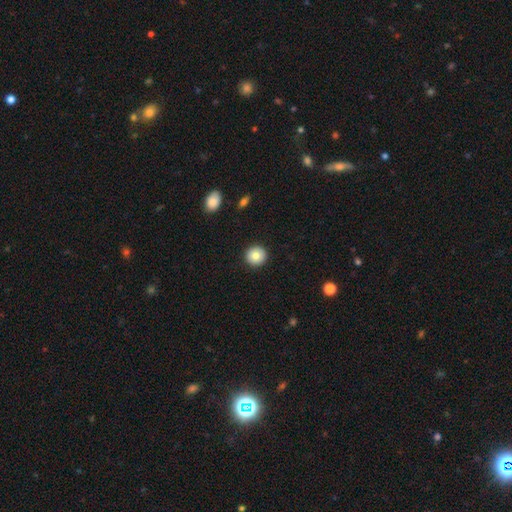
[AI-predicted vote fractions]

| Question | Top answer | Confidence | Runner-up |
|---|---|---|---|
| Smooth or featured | smooth | 83% | featured or disk (9%) |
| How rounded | round | 93% | in between (6%) |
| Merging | none | 92% | minor disturbance (5%) |